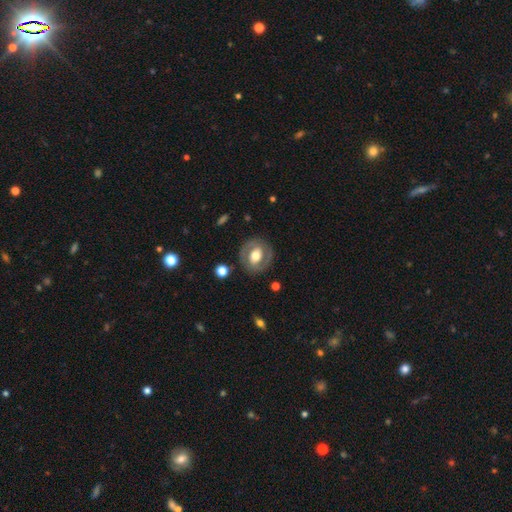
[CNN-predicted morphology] This is possibly a featured or disk galaxy (57%). It is clearly not viewed edge-on (95%). Bar: possibly no (49%). Spiral arm pattern: likely no (63%). Central bulge: possibly moderate (59%). Merging: clearly none (82%).